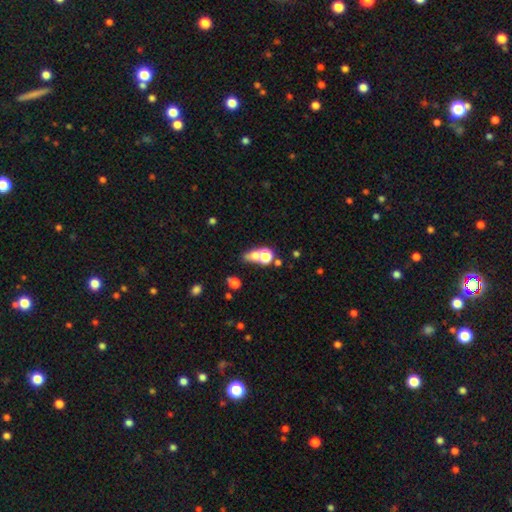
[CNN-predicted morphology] smooth_or_featured: smooth (p=0.62) [alt: star or artifact p=0.22]
how_rounded: round (p=0.54) [alt: in between p=0.41]
merging: merger (p=0.45) [alt: none p=0.37]